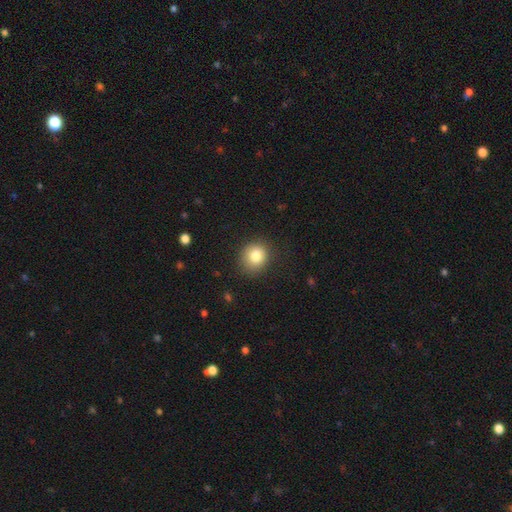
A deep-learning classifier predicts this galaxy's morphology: A smooth galaxy with no disk features (82%) that is round (80%).

Vote fractions:
- Smooth or featured? smooth: 82% / star or artifact: 10% / featured or disk: 7%
- How rounded? round: 80% / in between: 19% / cigar-shaped: 1%
- Merging? none: 81% / minor disturbance: 13% / major disturbance: 4% / merger: 1%